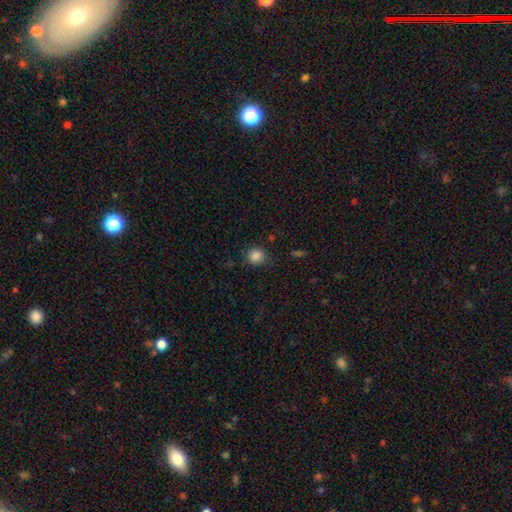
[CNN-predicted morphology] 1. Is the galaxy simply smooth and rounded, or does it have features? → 86% smooth, 11% star or artifact, 4% featured or disk.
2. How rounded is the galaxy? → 82% round, 17% in between, 1% cigar-shaped.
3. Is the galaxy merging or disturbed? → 81% none, 14% minor disturbance, 4% major disturbance, 2% merger.